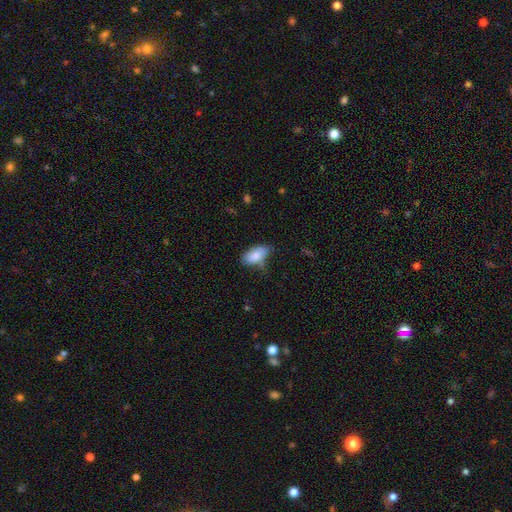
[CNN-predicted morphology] type=smooth (82%); roundness=in between (92%); merging=none (52%).